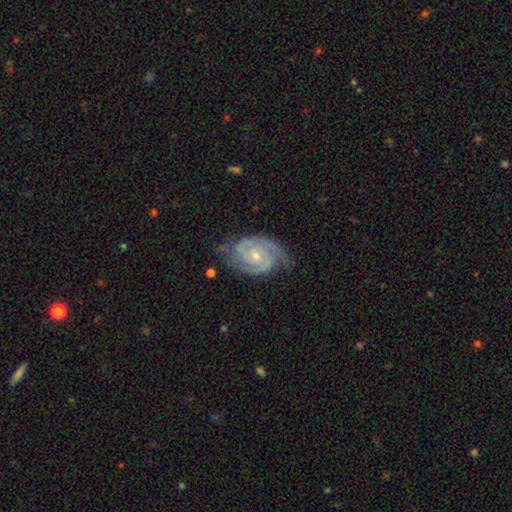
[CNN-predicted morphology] Smooth or featured: featured or disk — 91% (smooth — 5%)
Edge-on disk: no — 98% (yes — 2%)
Bar: no — 66% (weak — 28%)
Spiral arms: yes — 98% (no — 2%)
Spiral winding: tight — 59% (medium — 35%)
Spiral arm count: 2 — 71% (3 — 15%)
Bulge size: small — 66% (moderate — 31%)
Merging: none — 70% (minor disturbance — 22%)